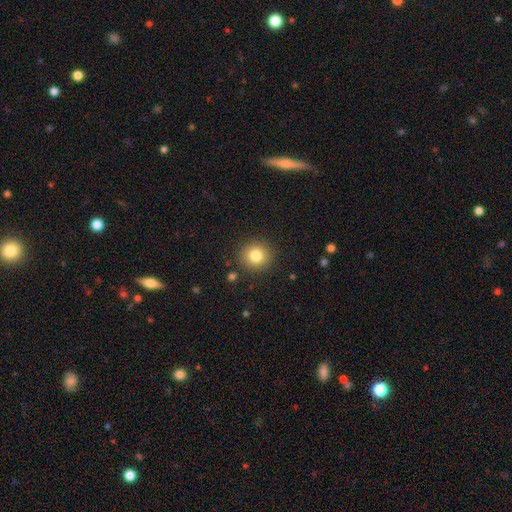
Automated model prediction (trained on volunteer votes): Morphology: type=smooth (81%); roundness=round (91%); merging=none (89%).